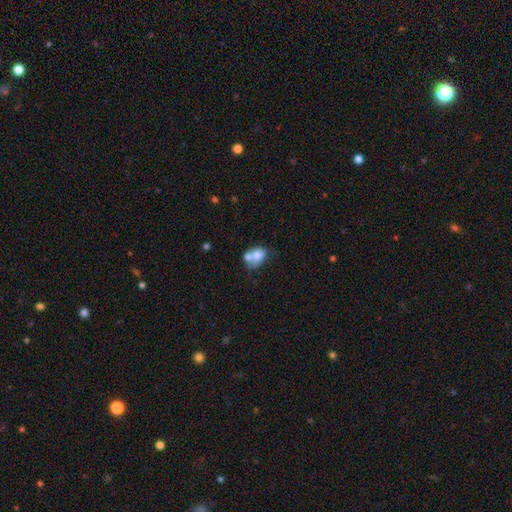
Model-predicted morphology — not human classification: Smooth or featured?
  - smooth: 65% *
  - featured or disk: 25%
  - star or artifact: 9%
How rounded?
  - in between: 62% *
  - round: 37%
  - cigar-shaped: 1%
Merging?
  - merger: 56% *
  - none: 24%
  - minor disturbance: 12%
  - major disturbance: 7%